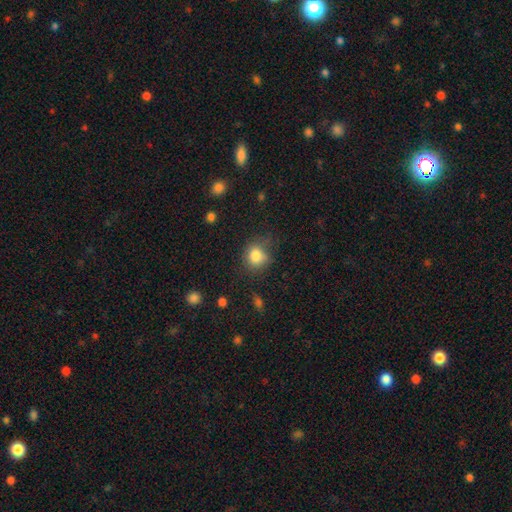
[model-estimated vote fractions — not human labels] This appears to be a smooth galaxy with no disk features (83%) that is round (72%). Merging: none (64%).